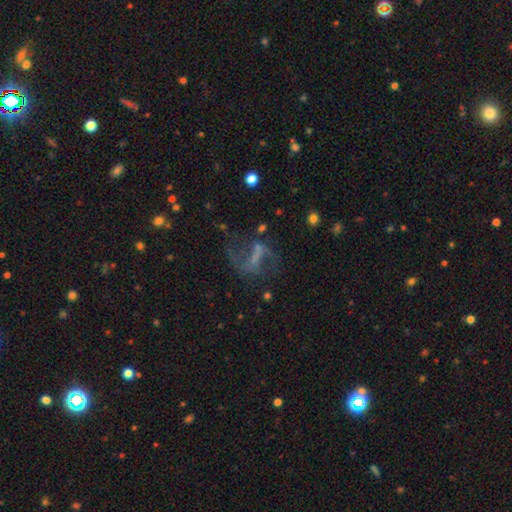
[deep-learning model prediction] Smooth or featured? featured or disk (63%)
Edge-on disk? no (95%)
Bar? weak (37%)
Spiral arms? yes (68%)
Bulge size? none (57%)
Merging? none (48%)